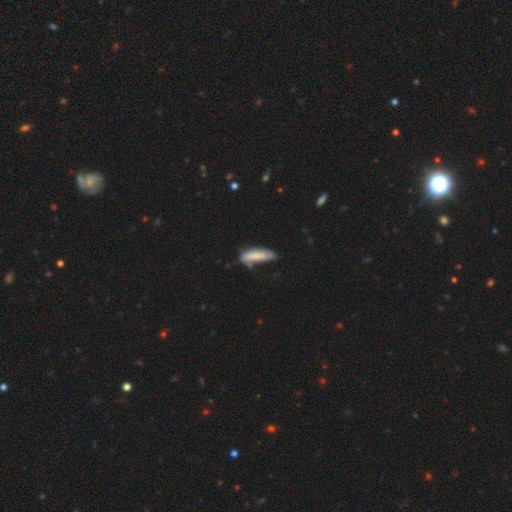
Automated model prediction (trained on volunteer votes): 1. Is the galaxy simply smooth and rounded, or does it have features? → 72% smooth, 21% featured or disk, 6% star or artifact.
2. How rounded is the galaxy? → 60% cigar-shaped, 38% in between, 2% round.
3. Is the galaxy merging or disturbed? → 51% none, 32% minor disturbance, 10% major disturbance, 7% merger.